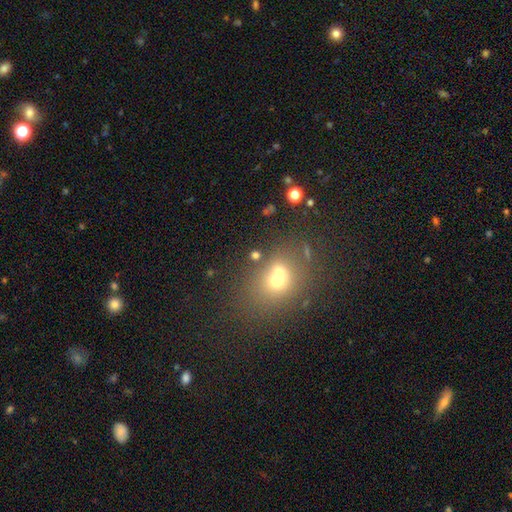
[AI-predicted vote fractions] Q: Smooth or featured?
A: smooth (59%); runner-up: star or artifact (21%)
Q: How rounded?
A: round (61%); runner-up: in between (37%)
Q: Merging?
A: merger (52%); runner-up: none (35%)